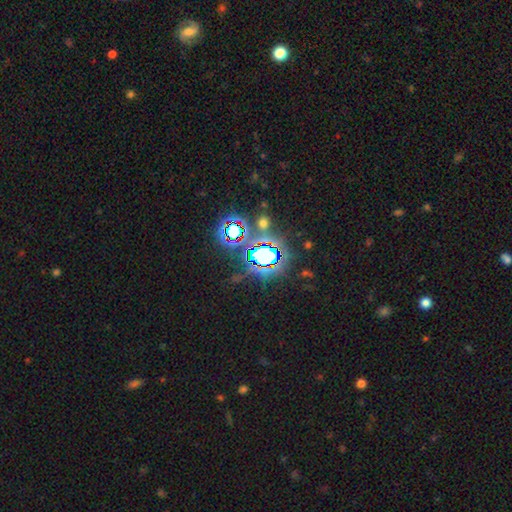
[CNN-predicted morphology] Smooth or featured: star or artifact — 80% (smooth — 12%)